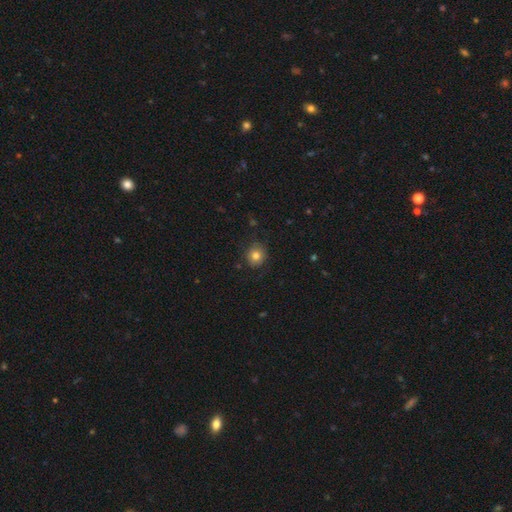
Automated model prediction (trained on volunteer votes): Smooth or featured: smooth — 81% (star or artifact — 11%)
How rounded: round — 82% (in between — 17%)
Merging: none — 84% (minor disturbance — 12%)